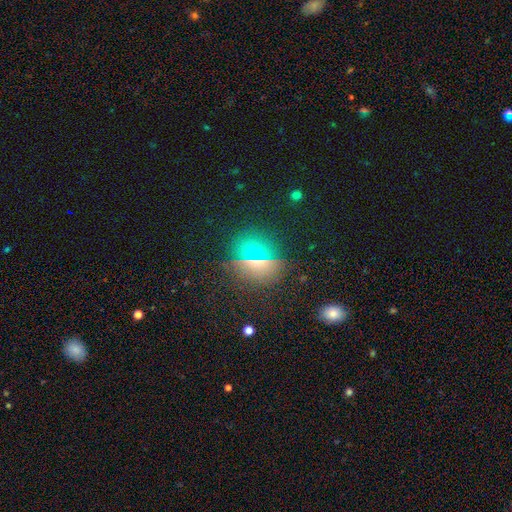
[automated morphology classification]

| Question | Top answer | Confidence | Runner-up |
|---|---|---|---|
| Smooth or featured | star or artifact | 38% | smooth (36%) |